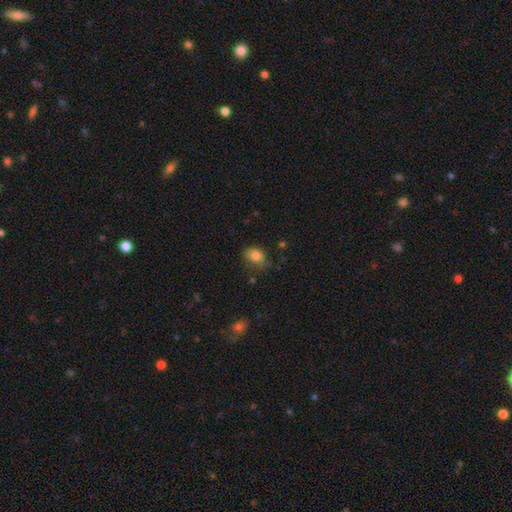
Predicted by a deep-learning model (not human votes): Smooth or featured?
  - smooth: 82% *
  - star or artifact: 10%
  - featured or disk: 8%
How rounded?
  - in between: 67% *
  - round: 32%
  - cigar-shaped: 1%
Merging?
  - none: 64% *
  - minor disturbance: 27%
  - major disturbance: 7%
  - merger: 3%